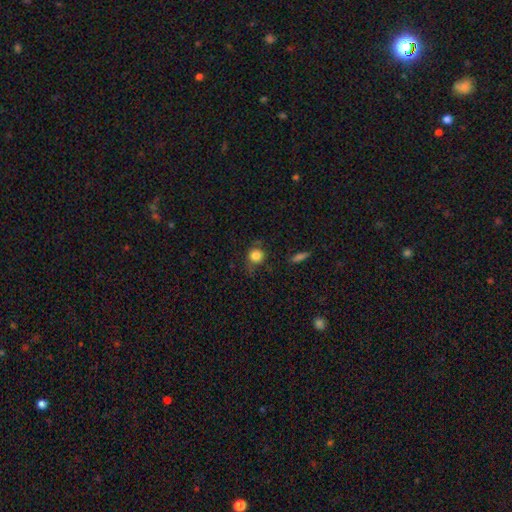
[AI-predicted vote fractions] Morphology: type=smooth (82%); roundness=round (87%); merging=none (65%).